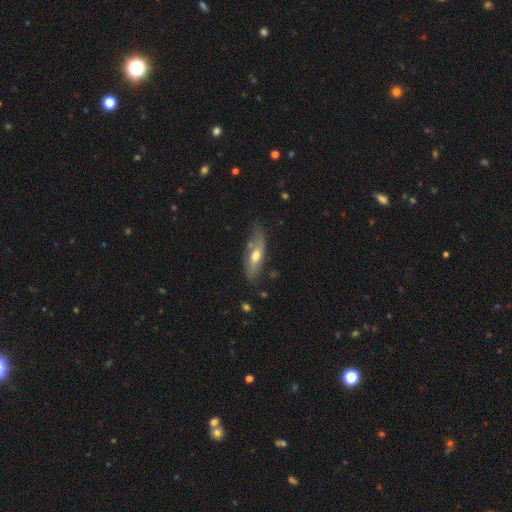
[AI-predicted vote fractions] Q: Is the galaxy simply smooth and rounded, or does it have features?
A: smooth — 49%.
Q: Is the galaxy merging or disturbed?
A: none — 65%.